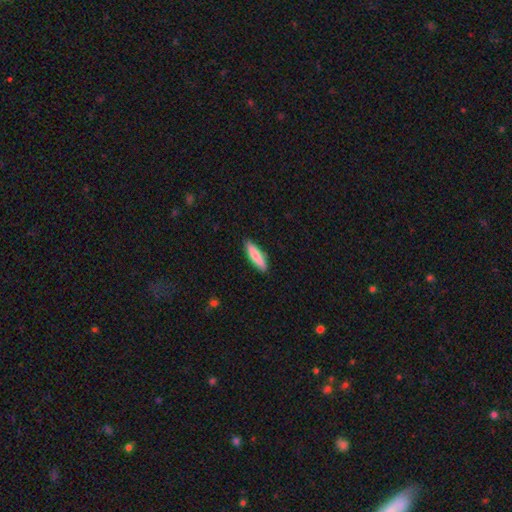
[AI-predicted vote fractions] Morphology: type=smooth (81%); roundness=cigar-shaped (69%); merging=none (89%).